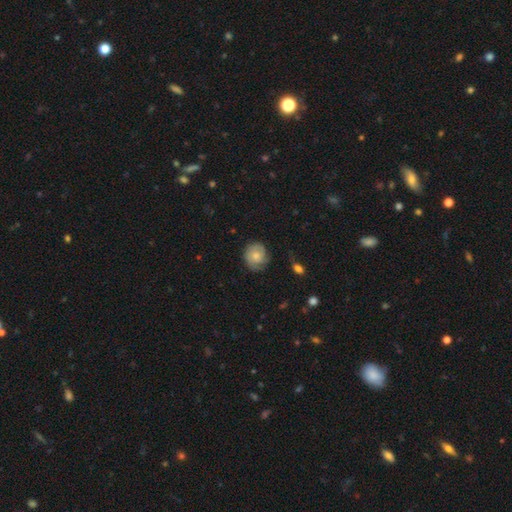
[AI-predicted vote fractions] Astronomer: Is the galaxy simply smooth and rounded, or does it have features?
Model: smooth — 53% (runner-up: featured or disk, 40%).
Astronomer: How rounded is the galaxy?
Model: round — 83%.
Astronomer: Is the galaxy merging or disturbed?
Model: none — 69%.